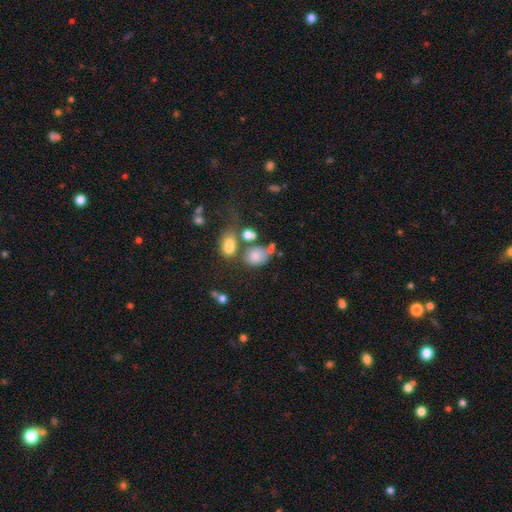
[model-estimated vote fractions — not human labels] Morphology: type=smooth (74%); roundness=in between (54%); merging=none (40%).